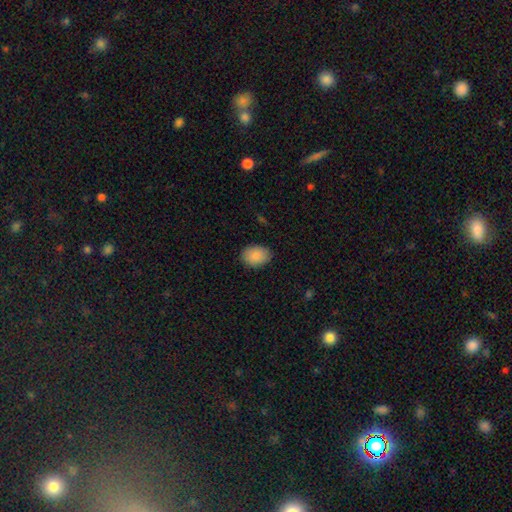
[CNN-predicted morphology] Q: Smooth or featured?
A: smooth (88%); runner-up: star or artifact (7%)
Q: How rounded?
A: in between (73%); runner-up: round (26%)
Q: Merging?
A: none (87%); runner-up: minor disturbance (10%)